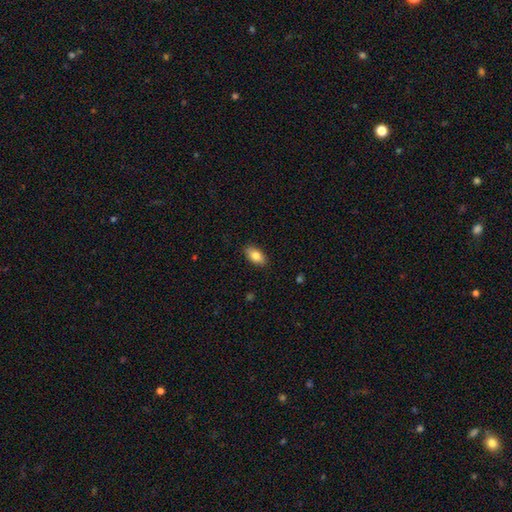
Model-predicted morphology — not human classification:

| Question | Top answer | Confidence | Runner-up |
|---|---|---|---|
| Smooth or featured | smooth | 81% | featured or disk (12%) |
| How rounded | in between | 91% | round (5%) |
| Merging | none | 87% | minor disturbance (10%) |